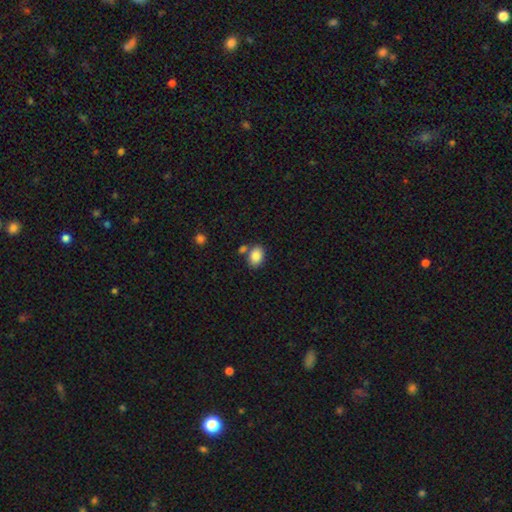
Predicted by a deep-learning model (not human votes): Overall: smooth (87%). How rounded: in between (74%). Merging: none (69%).